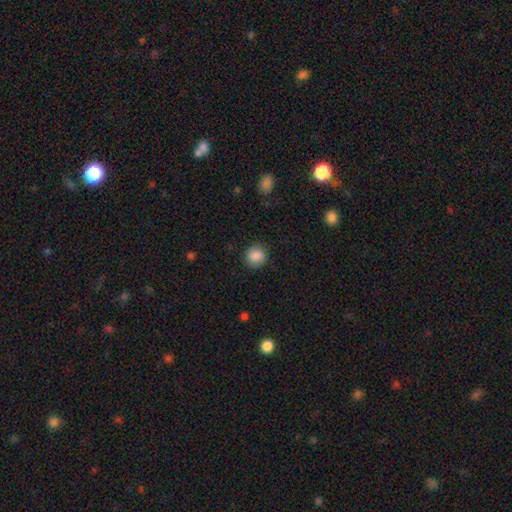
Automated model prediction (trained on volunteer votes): This appears to be a smooth galaxy with no disk features (87%) that is round (87%). Merging: none (87%).